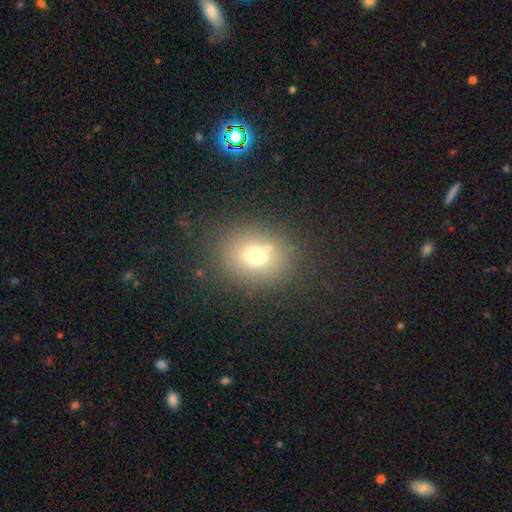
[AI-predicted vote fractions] Smooth or featured: smooth — 69% (star or artifact — 17%)
How rounded: round — 61% (in between — 38%)
Merging: none — 76% (minor disturbance — 11%)